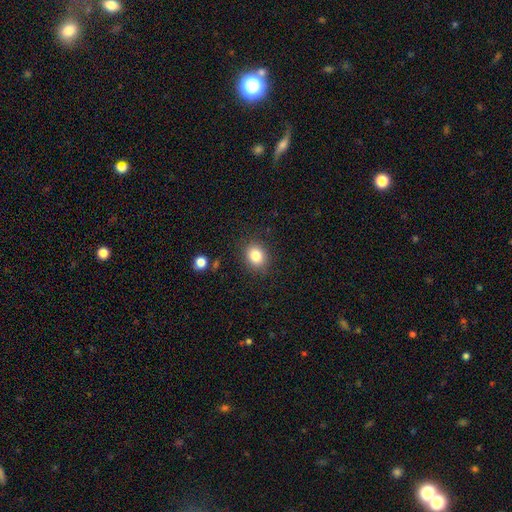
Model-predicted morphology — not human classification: Q: Smooth or featured?
A: smooth (82%); runner-up: star or artifact (11%)
Q: How rounded?
A: round (62%); runner-up: in between (37%)
Q: Merging?
A: none (87%); runner-up: minor disturbance (9%)